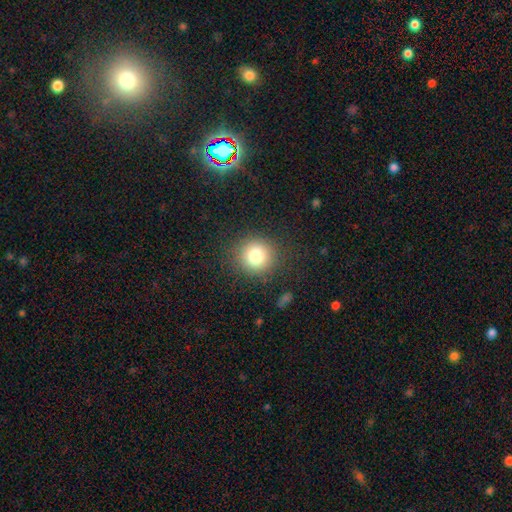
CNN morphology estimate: Smooth or featured? smooth (79%)
How rounded? round (90%)
Merging? none (87%)